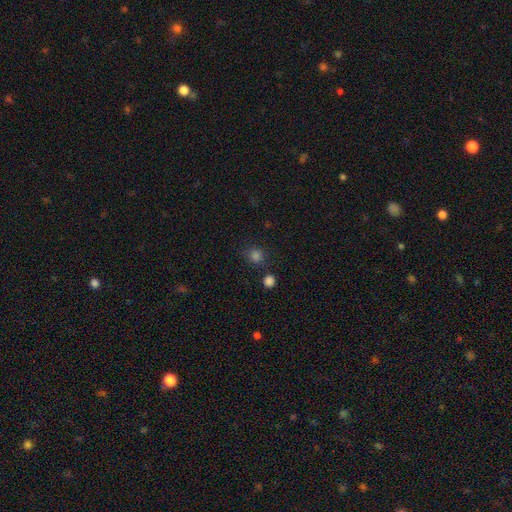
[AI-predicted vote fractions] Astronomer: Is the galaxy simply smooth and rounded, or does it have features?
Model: smooth — 78%.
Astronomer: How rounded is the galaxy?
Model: round — 86%.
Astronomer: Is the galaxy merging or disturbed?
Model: none — 78%.